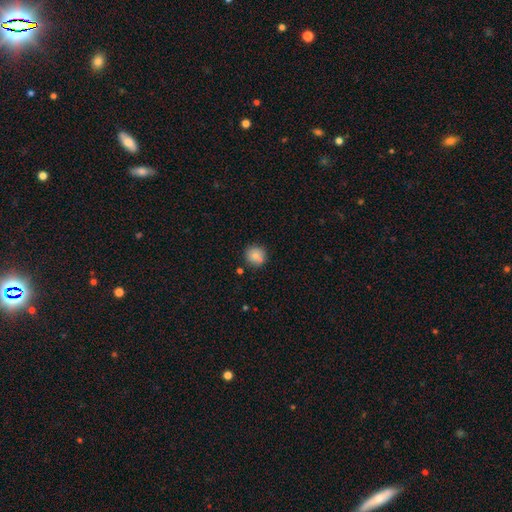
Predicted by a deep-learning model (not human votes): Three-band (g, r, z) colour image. It shows a smooth galaxy with no disk features (80%) that is round (92%). Merging: none (75%).